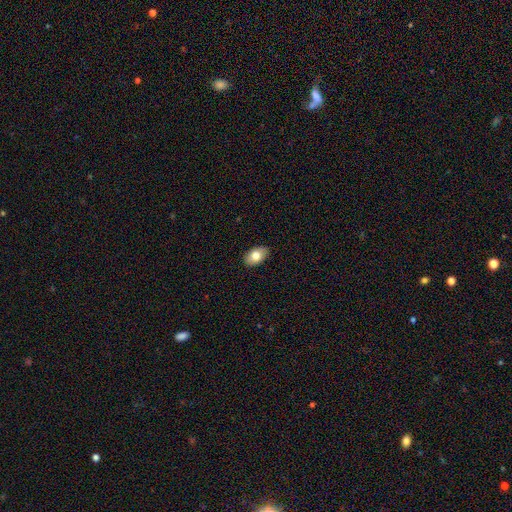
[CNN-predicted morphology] smooth_or_featured: smooth (p=0.78) [alt: featured or disk p=0.15]
how_rounded: in between (p=0.91) [alt: round p=0.08]
merging: none (p=0.88) [alt: minor disturbance p=0.09]